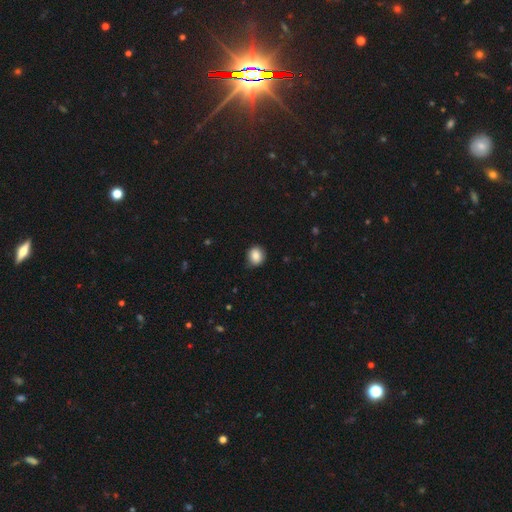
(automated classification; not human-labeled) Morphology: type=smooth (86%); roundness=round (70%); merging=none (82%).